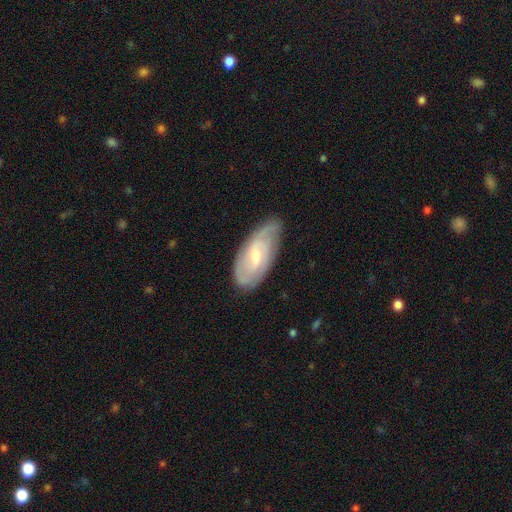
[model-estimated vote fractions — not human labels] Smooth or featured?
  - featured or disk: 71% *
  - smooth: 23%
  - star or artifact: 6%
Edge-on disk?
  - no: 92% *
  - yes: 8%
Bar?
  - weak: 55% *
  - no: 32%
  - strong: 13%
Spiral arms?
  - yes: 90% *
  - no: 10%
Spiral winding?
  - tight: 48% *
  - medium: 38%
  - loose: 14%
Spiral arm count?
  - 2: 42% *
  - can't tell: 35%
  - 3: 12%
  - 1: 4%
  - 4: 4%
  - more than 4: 3%
Bulge size?
  - small: 50% *
  - moderate: 45%
  - none: 3%
  - large: 2%
  - dominant: 1%
Merging?
  - none: 71% *
  - minor disturbance: 22%
  - major disturbance: 5%
  - merger: 1%